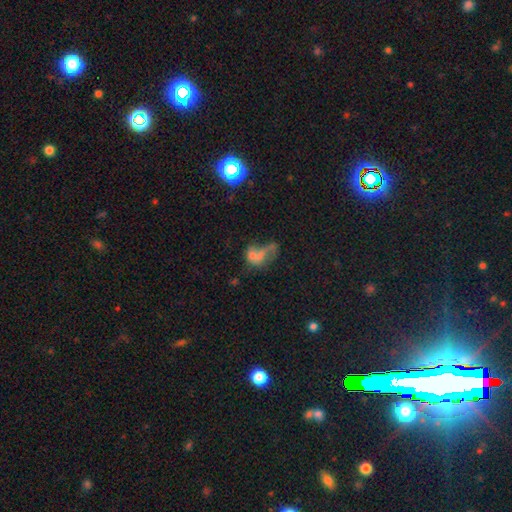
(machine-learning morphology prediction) type=smooth (52%); roundness=in between (73%); merging=merger (39%).